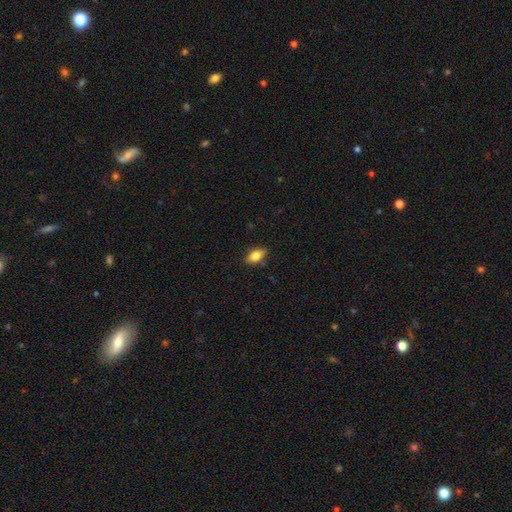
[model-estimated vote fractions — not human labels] Smooth or featured? smooth (74%)
How rounded? in between (86%)
Merging? none (85%)